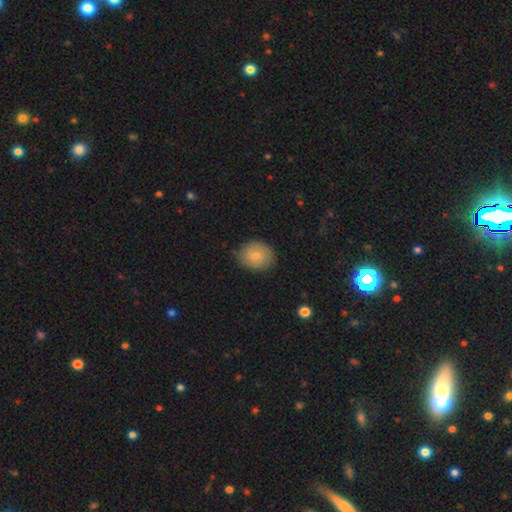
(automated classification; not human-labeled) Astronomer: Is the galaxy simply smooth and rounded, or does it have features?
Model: smooth — 77%.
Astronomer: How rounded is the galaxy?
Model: round — 55% (runner-up: in between, 44%).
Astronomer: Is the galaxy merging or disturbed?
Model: none — 83%.